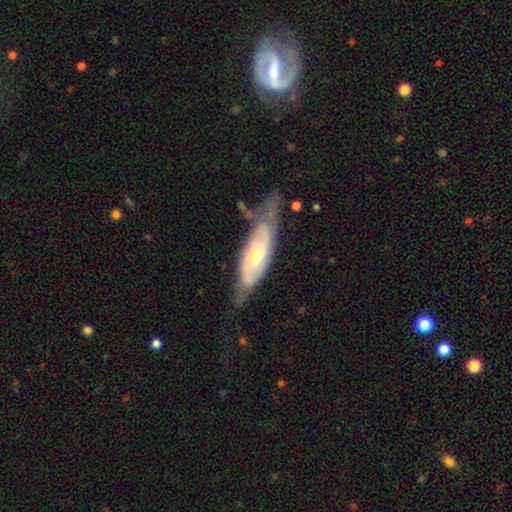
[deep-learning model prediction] Q: Smooth or featured?
A: featured or disk (66%); runner-up: smooth (29%)
Q: Edge-on disk?
A: no (78%); runner-up: yes (22%)
Q: Bar?
A: no (69%); runner-up: weak (23%)
Q: Spiral arms?
A: yes (76%); runner-up: no (24%)
Q: Bulge size?
A: small (57%); runner-up: moderate (38%)
Q: Merging?
A: none (51%); runner-up: minor disturbance (30%)